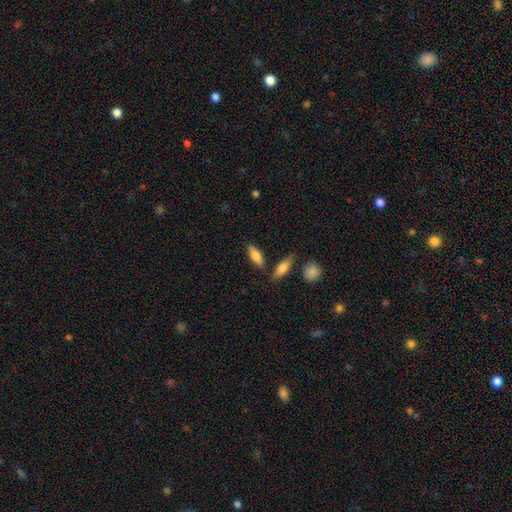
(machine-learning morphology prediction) smooth-or-featured: smooth: 78% | featured or disk: 16% | star or artifact: 6%
  how-rounded: in between: 68% | cigar-shaped: 30% | round: 2%
  merging: none: 79% | minor disturbance: 12% | merger: 6% | major disturbance: 3%